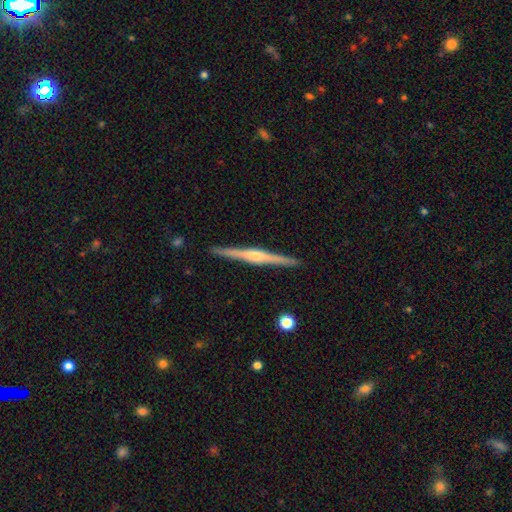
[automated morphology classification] Smooth or featured: featured or disk — 82% (smooth — 13%)
Edge-on disk: yes — 98% (no — 2%)
Edge-on bulge: rounded — 86% (none — 8%)
Merging: none — 92% (minor disturbance — 5%)